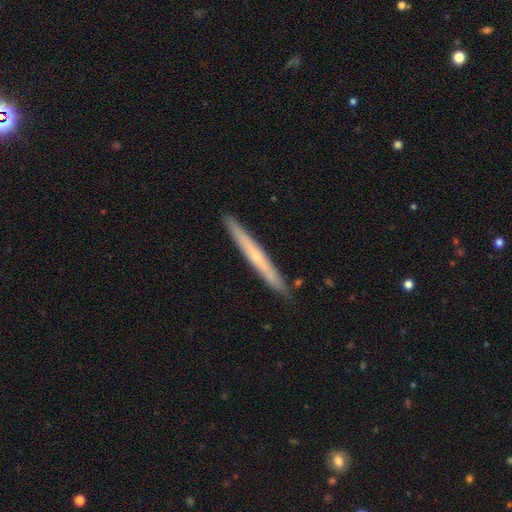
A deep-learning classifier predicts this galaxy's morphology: type=featured or disk (53%); edge-on=yes (95%); edge-on bulge=none (58%); merging=none (90%).